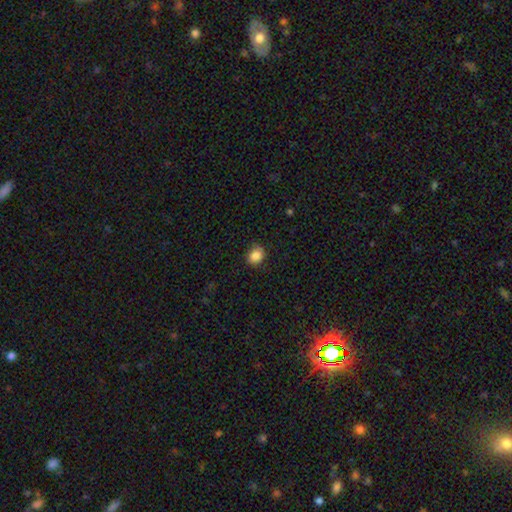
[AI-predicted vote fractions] A smooth galaxy with no disk features (86%) that is round (57%). Merging: none (78%).